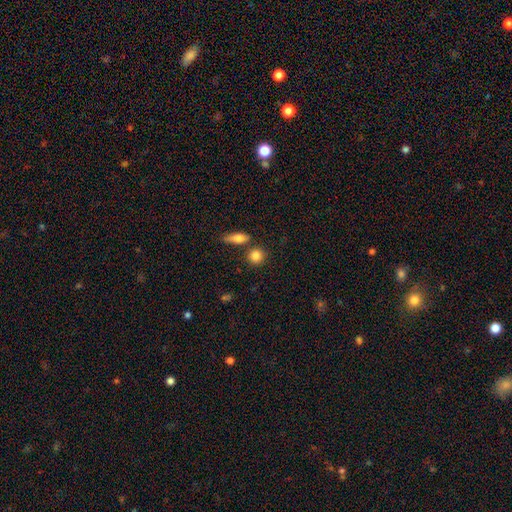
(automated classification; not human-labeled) Overall: smooth (83%). How rounded: round (80%). Merging: none (76%).